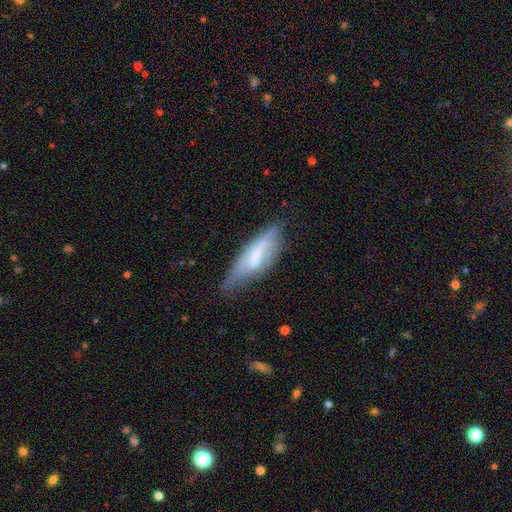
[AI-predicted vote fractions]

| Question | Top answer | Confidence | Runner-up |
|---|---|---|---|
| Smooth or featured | featured or disk | 51% | smooth (41%) |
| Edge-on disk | yes | 52% | no (48%) |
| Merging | none | 53% | minor disturbance (32%) |